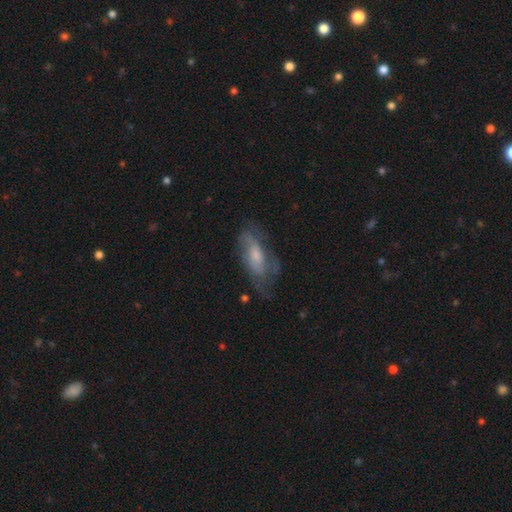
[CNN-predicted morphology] This is possibly a featured or disk galaxy (57%). It is clearly not viewed edge-on (88%). Bar: likely no (63%). Spiral arm pattern: likely yes (73%). Central bulge: marginally moderate (44%). Merging: possibly none (51%).